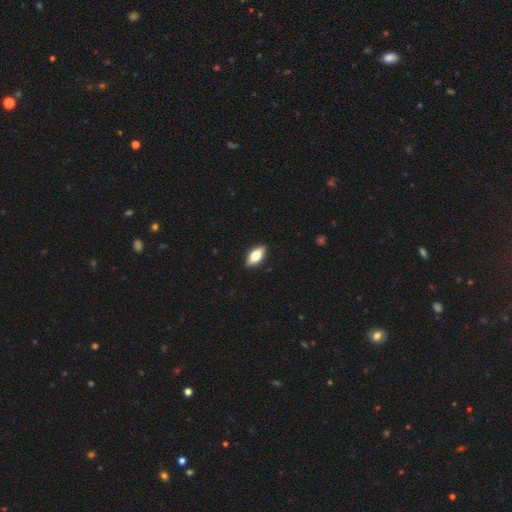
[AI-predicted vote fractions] A smooth galaxy with no disk features (68%) that is in between round and cigar-shaped (84%).

Vote fractions:
- Smooth or featured? smooth: 68% / featured or disk: 26% / star or artifact: 6%
- How rounded? in between: 84% / cigar-shaped: 13% / round: 3%
- Merging? none: 90% / minor disturbance: 8% / major disturbance: 2% / merger: 1%